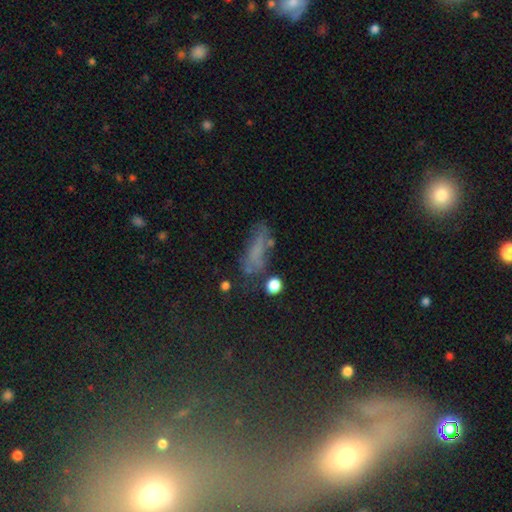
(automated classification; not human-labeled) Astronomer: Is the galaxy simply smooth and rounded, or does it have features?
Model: smooth — 52%.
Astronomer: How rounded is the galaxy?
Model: in between — 52% (runner-up: cigar-shaped, 42%).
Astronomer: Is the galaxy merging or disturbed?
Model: none — 48% (runner-up: minor disturbance, 25%).